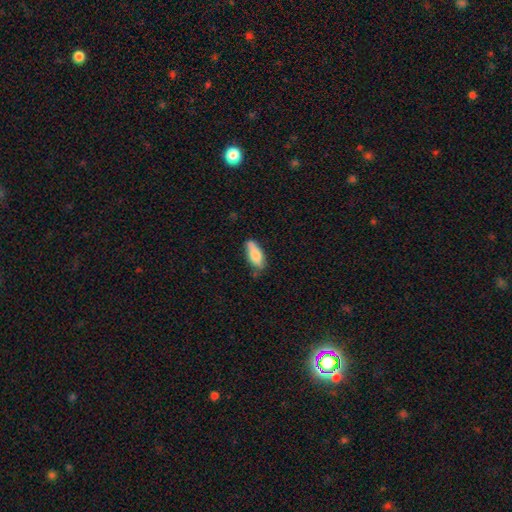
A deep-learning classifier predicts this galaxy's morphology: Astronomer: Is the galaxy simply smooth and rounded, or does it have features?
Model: smooth — 80%.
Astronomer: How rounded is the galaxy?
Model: in between — 74%.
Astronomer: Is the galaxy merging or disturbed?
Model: none — 66%.